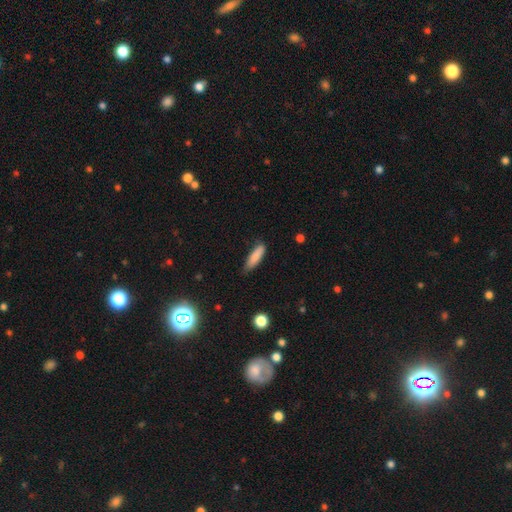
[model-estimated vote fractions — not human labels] smooth 85%, featured or disk 8%, star or artifact 7%. Down the decision tree: how rounded — cigar-shaped (64%); merging — none (72%).